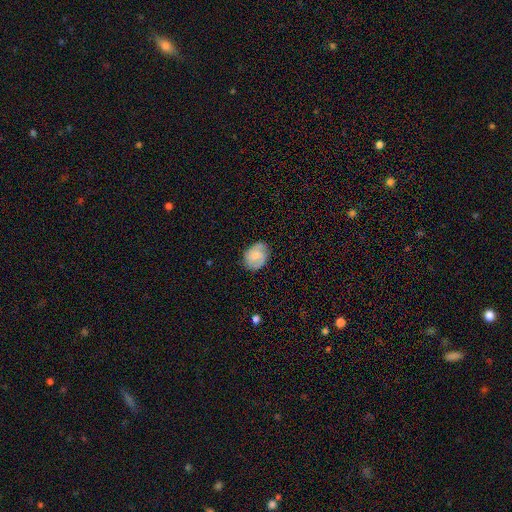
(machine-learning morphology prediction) A smooth galaxy with no disk features (55%) that is in between round and cigar-shaped (59%). Merging: none (74%).